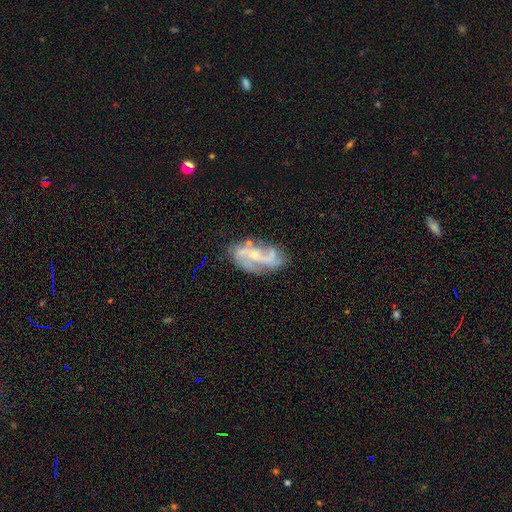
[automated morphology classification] Overall: featured or disk (82%). Edge-on disk: no (94%). Bar: no (44%; weak 36%). Spiral arms: yes (92%). Spiral arm count: 2 (70%). Spiral winding: loose (49%; medium 36%). Bulge size: small (62%; moderate 31%). Merging: none (67%).